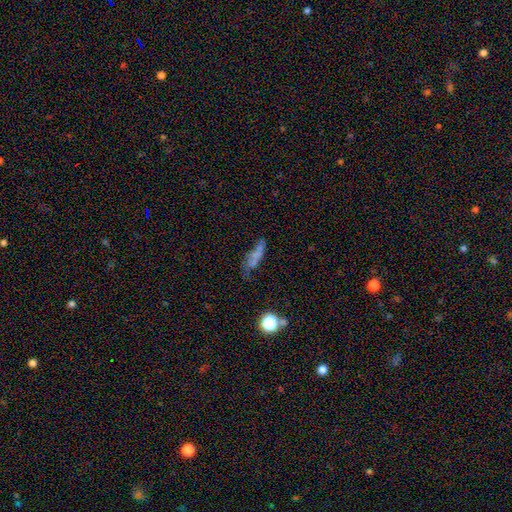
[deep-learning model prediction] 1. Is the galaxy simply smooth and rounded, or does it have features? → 51% smooth, 29% featured or disk, 20% star or artifact.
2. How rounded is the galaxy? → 47% in between, 46% cigar-shaped, 7% round.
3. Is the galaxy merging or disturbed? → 41% none, 22% minor disturbance, 19% major disturbance, 17% merger.